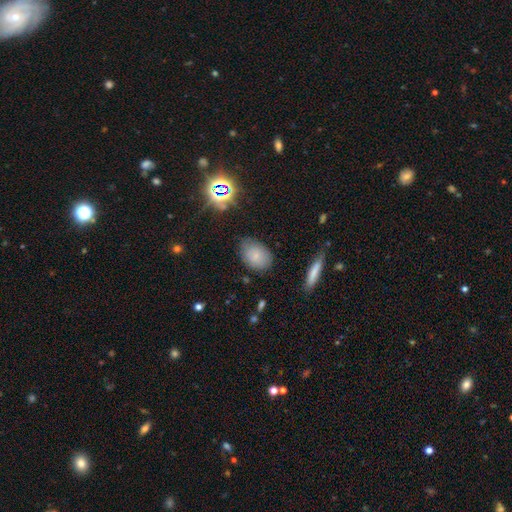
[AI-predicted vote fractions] Smooth or featured: smooth — 77% (featured or disk — 13%)
How rounded: in between — 82% (round — 17%)
Merging: none — 73% (minor disturbance — 20%)